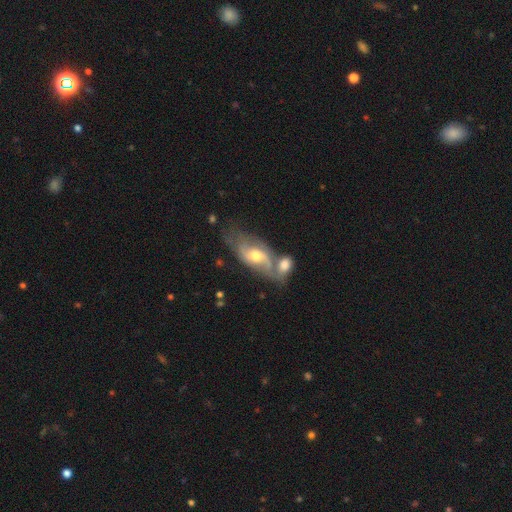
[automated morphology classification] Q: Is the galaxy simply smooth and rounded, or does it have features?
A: featured or disk — 71%.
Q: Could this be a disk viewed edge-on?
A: no — 92%.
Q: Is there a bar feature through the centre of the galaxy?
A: no — 52%.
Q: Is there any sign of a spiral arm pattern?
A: yes — 84%.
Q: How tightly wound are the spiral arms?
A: medium — 42%.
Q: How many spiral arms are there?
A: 2 — 74%.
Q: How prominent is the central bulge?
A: moderate — 67%.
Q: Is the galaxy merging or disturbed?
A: merger — 44%.